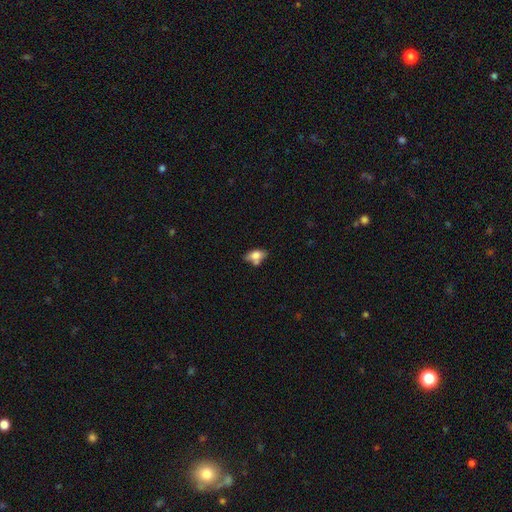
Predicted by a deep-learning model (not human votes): Q: Smooth or featured?
A: smooth (74%); runner-up: featured or disk (18%)
Q: How rounded?
A: in between (86%); runner-up: round (8%)
Q: Merging?
A: none (53%); runner-up: minor disturbance (21%)